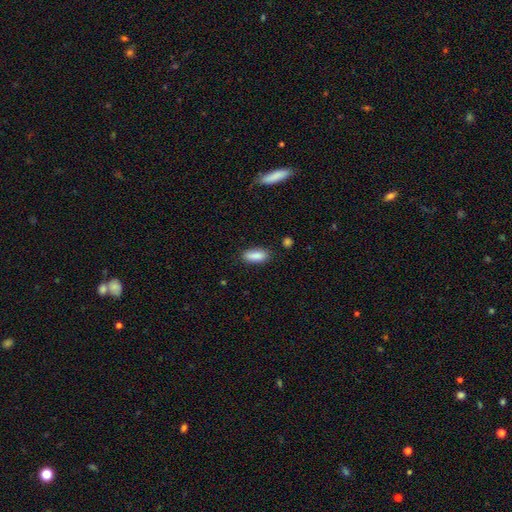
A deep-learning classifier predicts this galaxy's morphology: smooth 88%, star or artifact 7%, featured or disk 5%. Down the decision tree: how rounded — in between (77%); merging — none (83%).